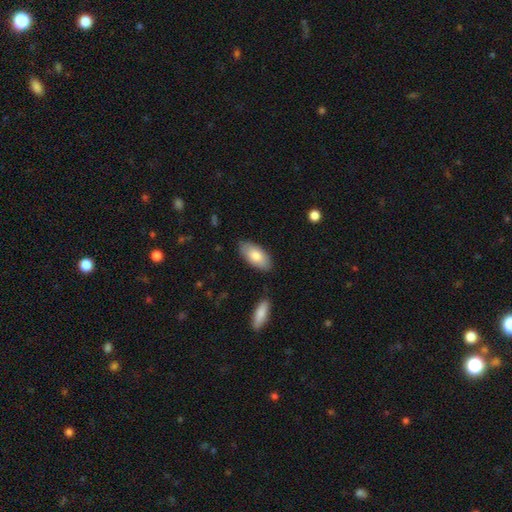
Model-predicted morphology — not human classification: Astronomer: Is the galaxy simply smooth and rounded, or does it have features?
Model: smooth — 79%.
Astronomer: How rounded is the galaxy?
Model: in between — 91%.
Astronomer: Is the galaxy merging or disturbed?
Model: none — 84%.